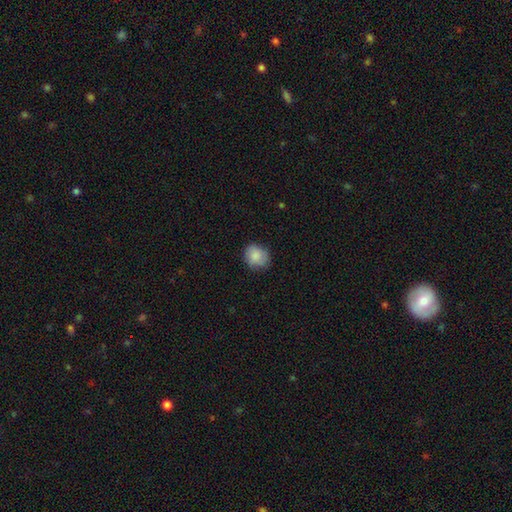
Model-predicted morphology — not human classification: type=smooth (86%); roundness=round (67%); merging=none (77%).